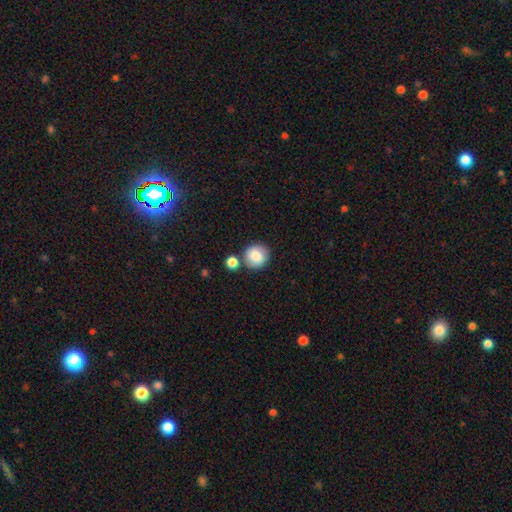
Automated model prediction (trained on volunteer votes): Q: Smooth or featured?
A: smooth (82%); runner-up: featured or disk (10%)
Q: How rounded?
A: round (88%); runner-up: in between (11%)
Q: Merging?
A: none (70%); runner-up: merger (15%)